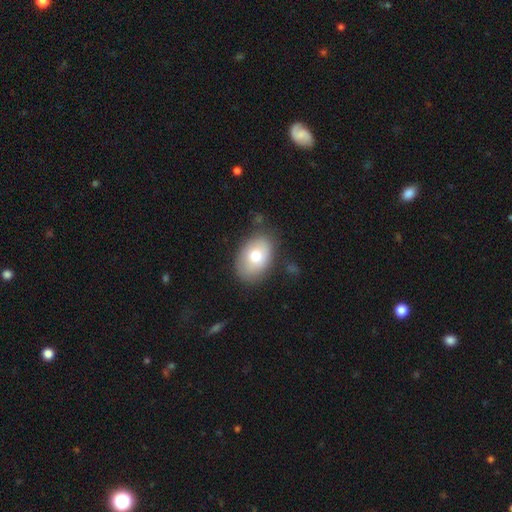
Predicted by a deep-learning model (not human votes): Smooth or featured? Predicted: smooth (p=0.73). How rounded? Predicted: in between (p=0.82). Merging? Predicted: none (p=0.76).